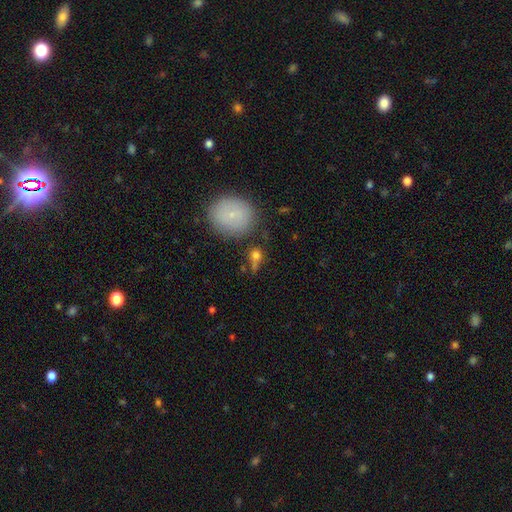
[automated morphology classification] Smooth or featured?
  - smooth: 72% *
  - featured or disk: 14%
  - star or artifact: 13%
How rounded?
  - round: 64% *
  - in between: 31%
  - cigar-shaped: 5%
Merging?
  - none: 59% *
  - merger: 17%
  - minor disturbance: 16%
  - major disturbance: 8%